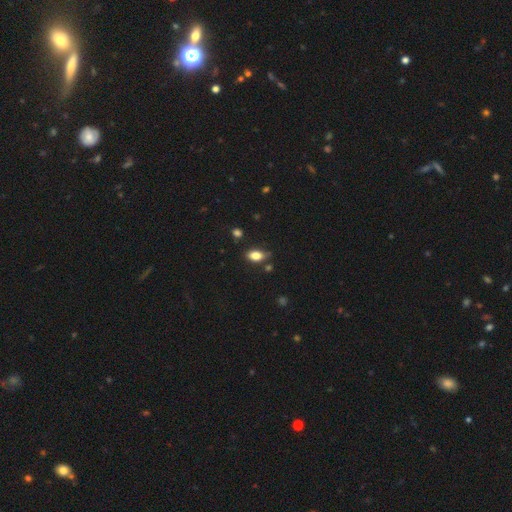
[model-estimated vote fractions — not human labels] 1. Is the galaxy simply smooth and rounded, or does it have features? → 82% smooth, 9% featured or disk, 9% star or artifact.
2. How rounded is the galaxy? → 89% in between, 7% round, 4% cigar-shaped.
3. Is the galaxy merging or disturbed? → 77% none, 16% minor disturbance, 4% merger, 3% major disturbance.